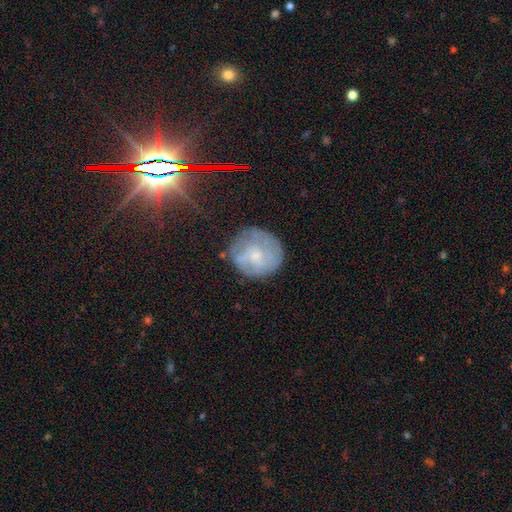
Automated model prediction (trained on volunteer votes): A featured or disk galaxy (46%). Merging: none (72%).